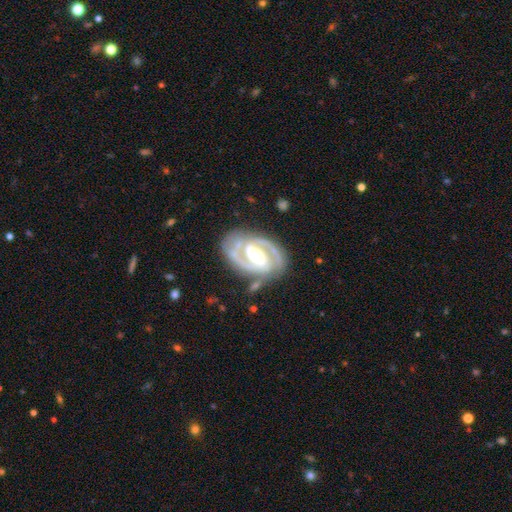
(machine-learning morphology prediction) This is clearly a featured or disk galaxy (92%). It is clearly not viewed edge-on (97%). Bar: possibly strong (51%). Spiral arm pattern: clearly yes (98%). Spiral arm count: clearly 2 (92%). Spiral winding: possibly medium (48%). Central bulge: likely moderate (66%). Merging: likely none (78%).